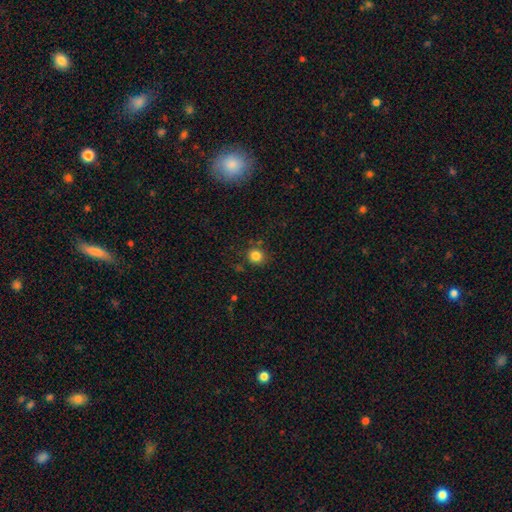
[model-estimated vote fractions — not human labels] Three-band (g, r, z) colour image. It shows a smooth galaxy with no disk features (83%) that is round (90%). Merging: none (83%).